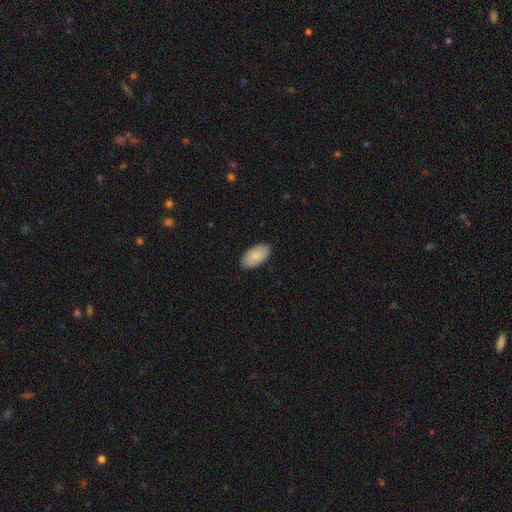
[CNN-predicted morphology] This appears to be a smooth galaxy with no disk features (85%) that is in between round and cigar-shaped (96%). Merging: none (87%).